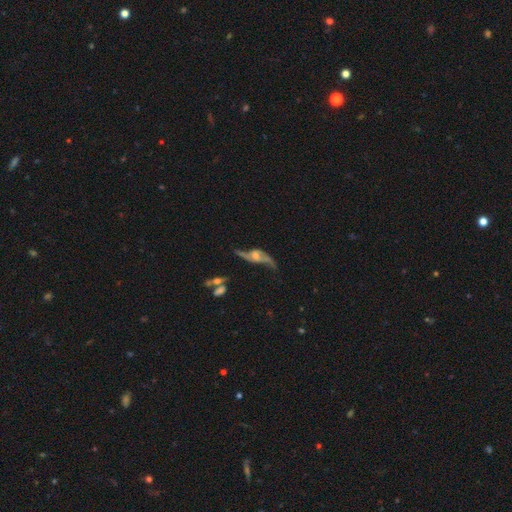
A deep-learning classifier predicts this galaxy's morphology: Overall: featured or disk (84%). Edge-on disk: no (86%). Bar: no (52%; weak 35%). Spiral arms: yes (91%). Spiral arm count: 2 (90%). Spiral winding: loose (85%). Bulge size: moderate (46%; small 39%). Merging: none (54%; minor disturbance 21%).